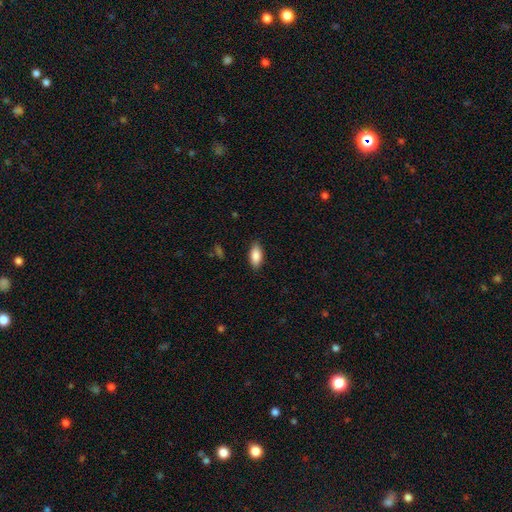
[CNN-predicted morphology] Smooth or featured? Predicted: smooth (p=0.86). How rounded? Predicted: in between (p=0.89). Merging? Predicted: none (p=0.86).